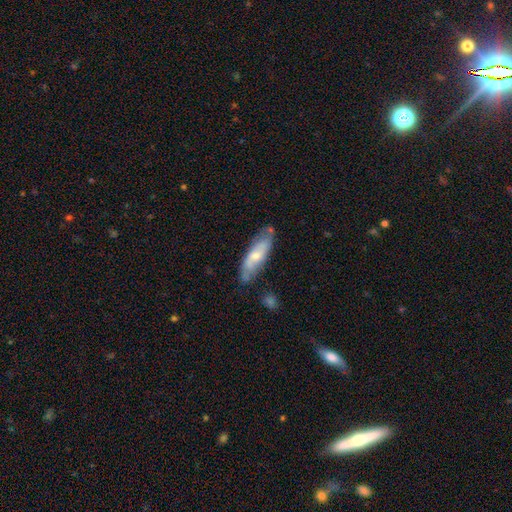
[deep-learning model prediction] smooth_or_featured: smooth (p=0.50) [alt: featured or disk p=0.44]
merging: none (p=0.67) [alt: minor disturbance p=0.23]